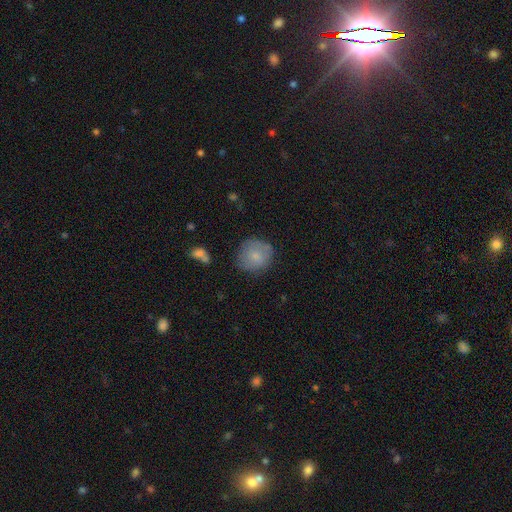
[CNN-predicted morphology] Smooth or featured? smooth (78%)
How rounded? round (85%)
Merging? none (71%)